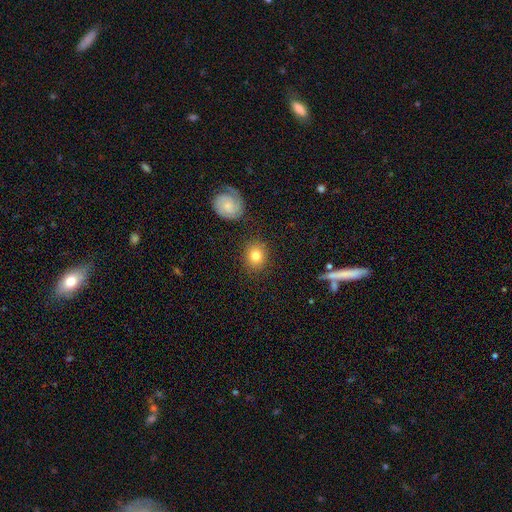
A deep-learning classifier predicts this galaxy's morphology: This is likely a smooth galaxy (78%). How rounded: likely round (75%). Merging: clearly none (85%).